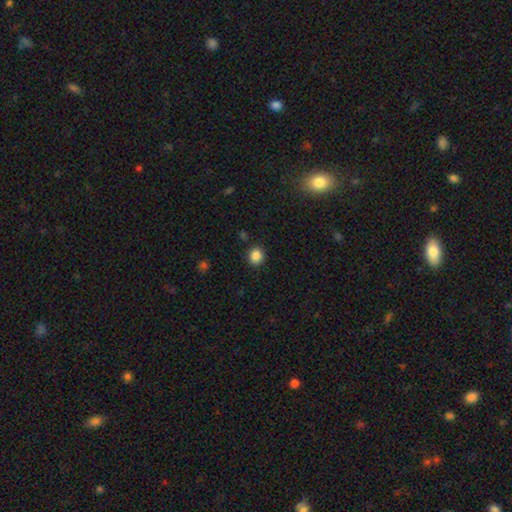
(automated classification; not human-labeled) Smooth or featured? Predicted: smooth (p=0.87). How rounded? Predicted: round (p=0.78). Merging? Predicted: none (p=0.89).